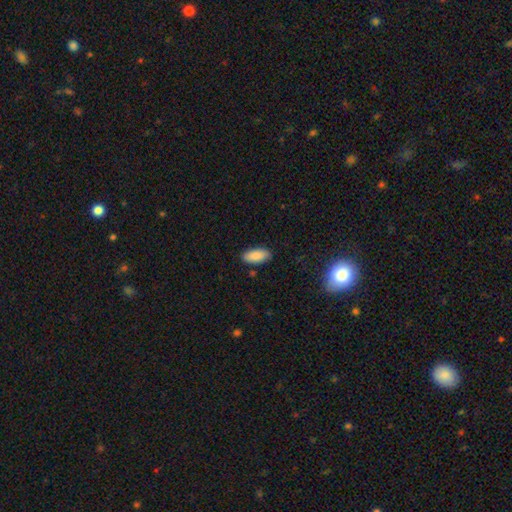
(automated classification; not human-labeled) smooth 88%, star or artifact 6%, featured or disk 5%. Down the decision tree: how rounded — in between (89%); merging — none (86%).